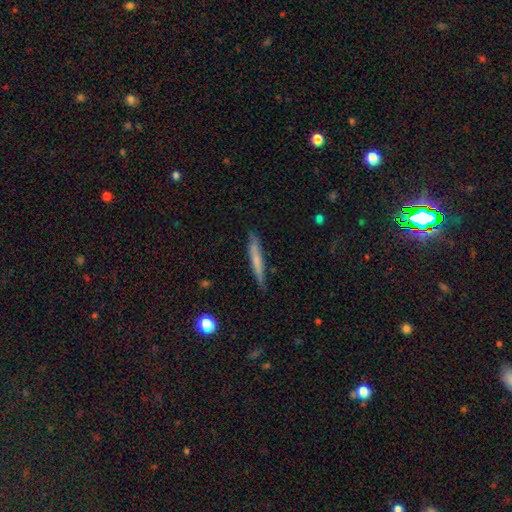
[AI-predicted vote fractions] This is possibly a smooth galaxy (56%). How rounded: clearly cigar-shaped (95%). Merging: clearly none (85%).